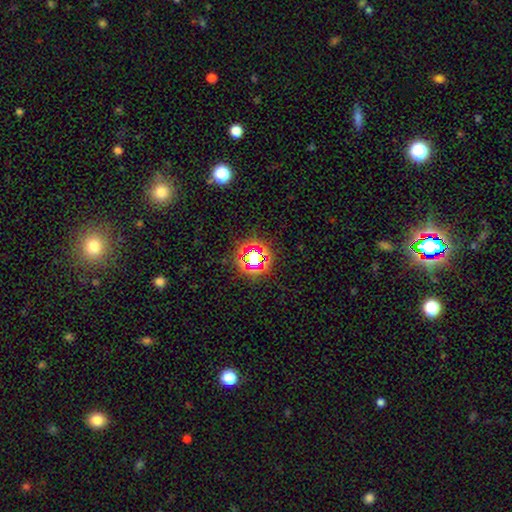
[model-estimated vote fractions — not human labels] Smooth or featured? Predicted: star or artifact (p=0.61).